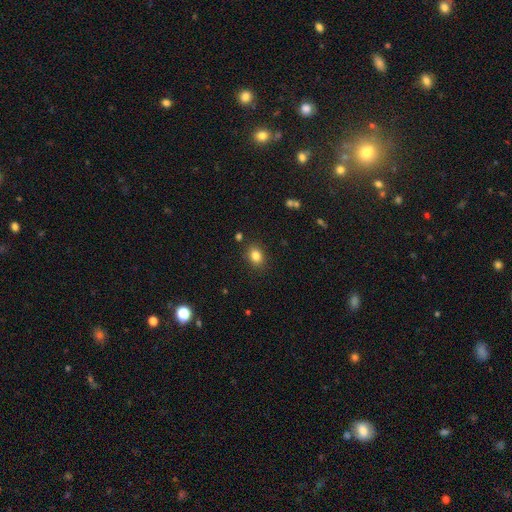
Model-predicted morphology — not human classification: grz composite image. It shows a smooth galaxy with no disk features (83%) that is in between round and cigar-shaped (59%). Merging: none (85%).